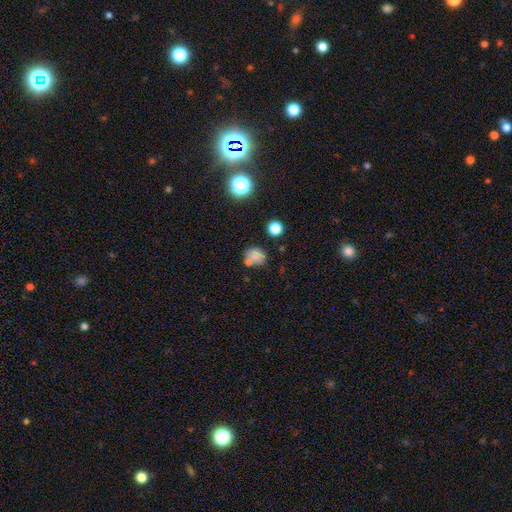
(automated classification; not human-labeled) Smooth or featured? smooth (77%)
How rounded? round (68%)
Merging? none (58%)